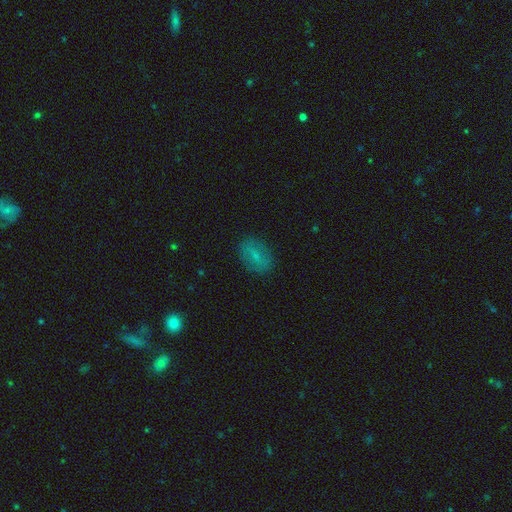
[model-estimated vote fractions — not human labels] Smooth or featured?
  - smooth: 64% *
  - featured or disk: 24%
  - star or artifact: 12%
How rounded?
  - in between: 78% *
  - round: 19%
  - cigar-shaped: 2%
Merging?
  - none: 83% *
  - minor disturbance: 12%
  - major disturbance: 4%
  - merger: 1%